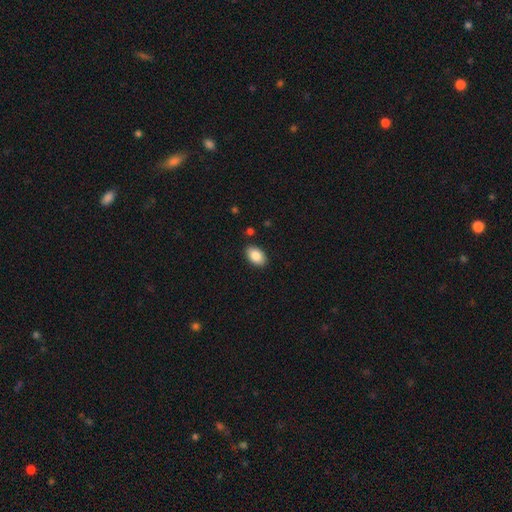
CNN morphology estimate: Smooth or featured? smooth (87%)
How rounded? in between (91%)
Merging? none (88%)